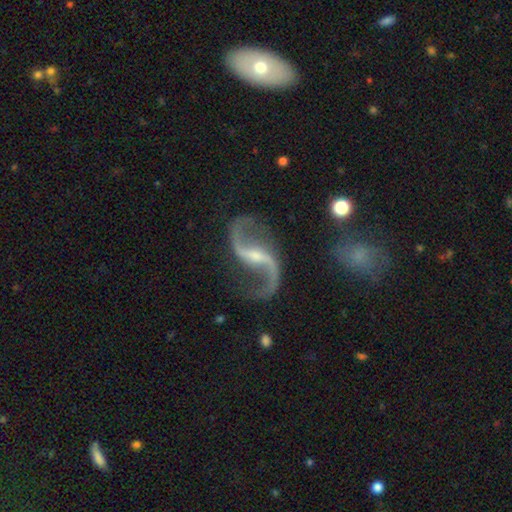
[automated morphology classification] A featured or disk galaxy (93%) with a weak bar (42%), 2 (94%) loose (84%) spiral arms (98%) and a small central bulge (60%).

Vote fractions:
- Smooth or featured? featured or disk: 93% / star or artifact: 4% / smooth: 2%
- Edge-on disk? no: 98% / yes: 2%
- Bar? weak: 42% / strong: 40% / no: 19%
- Spiral arms? yes: 98% / no: 2%
- Spiral winding? loose: 84% / medium: 13% / tight: 3%
- Spiral arm count? 2: 94% / 1: 2% / can't tell: 1% / 3: 1% / 4: 1% / more than 4: 1%
- Bulge size? small: 60% / moderate: 25% / none: 11% / large: 2% / dominant: 1%
- Merging? none: 80% / minor disturbance: 11% / major disturbance: 6% / merger: 2%